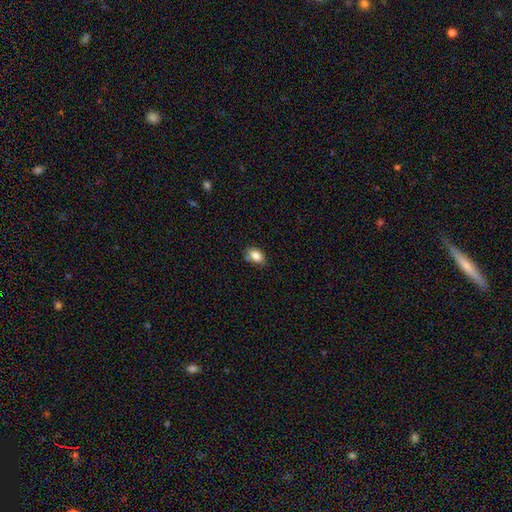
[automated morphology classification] type=smooth (85%); roundness=in between (83%); merging=none (75%).